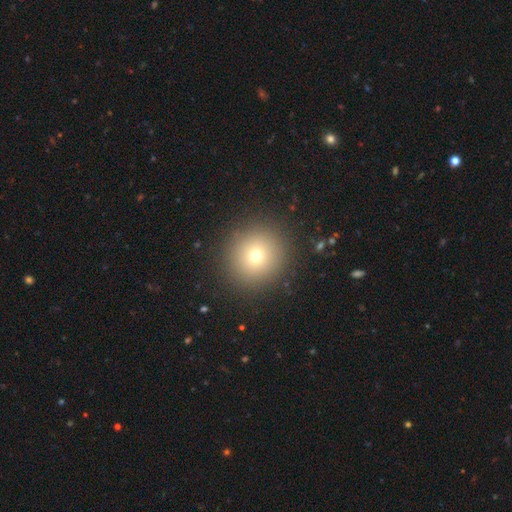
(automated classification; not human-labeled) smooth_or_featured: smooth (p=0.72) [alt: star or artifact p=0.17]
how_rounded: round (p=0.95) [alt: in between p=0.04]
merging: none (p=0.90) [alt: minor disturbance p=0.05]